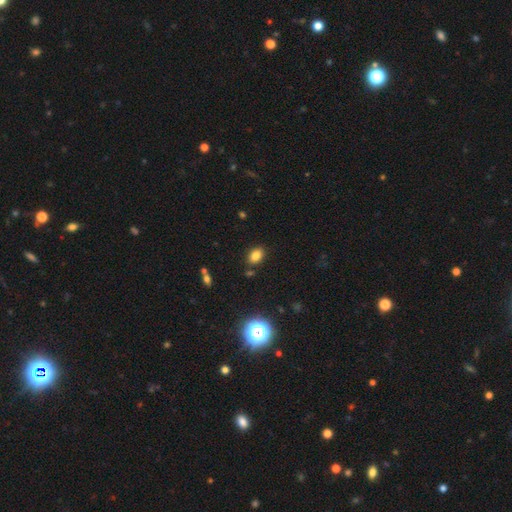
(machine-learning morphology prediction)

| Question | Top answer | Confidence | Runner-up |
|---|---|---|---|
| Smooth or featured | smooth | 80% | star or artifact (13%) |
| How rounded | in between | 77% | round (21%) |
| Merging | none | 83% | minor disturbance (10%) |